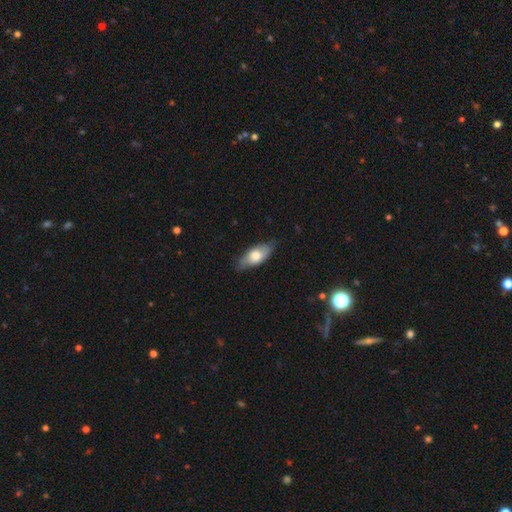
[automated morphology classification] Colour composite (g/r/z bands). It shows a smooth galaxy with no disk features (65%) that is in between round and cigar-shaped (82%). Merging: none (78%).